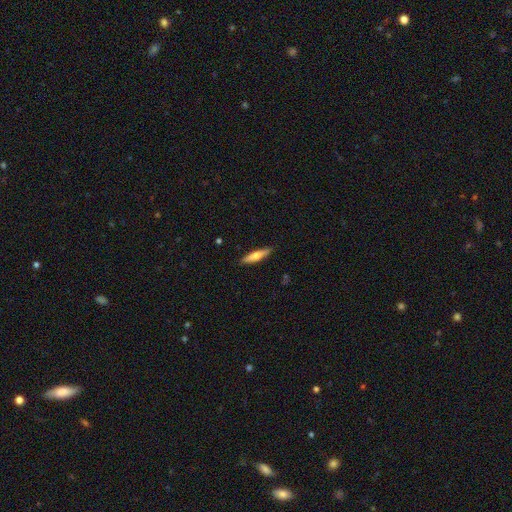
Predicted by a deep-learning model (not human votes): A smooth galaxy with no disk features (61%) that is cigar-shaped (82%).

Vote fractions:
- Smooth or featured? smooth: 61% / featured or disk: 34% / star or artifact: 6%
- How rounded? cigar-shaped: 82% / in between: 17% / round: 2%
- Merging? none: 89% / minor disturbance: 8% / major disturbance: 2% / merger: 1%